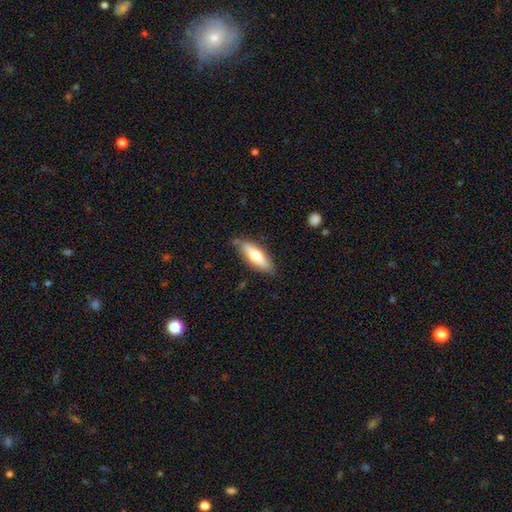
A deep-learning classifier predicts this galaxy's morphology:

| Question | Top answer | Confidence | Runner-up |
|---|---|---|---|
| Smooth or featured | smooth | 65% | featured or disk (29%) |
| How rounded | in between | 58% | cigar-shaped (40%) |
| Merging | none | 77% | minor disturbance (18%) |